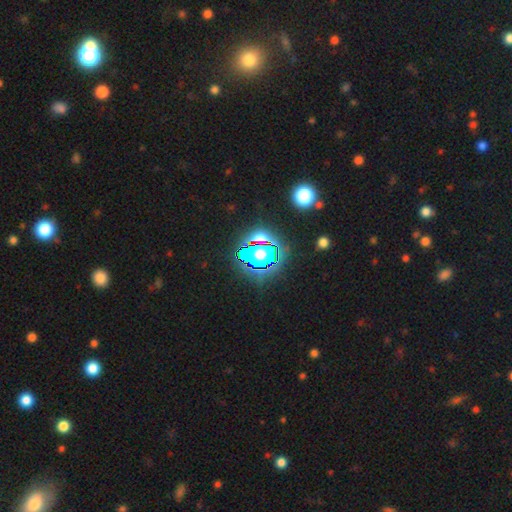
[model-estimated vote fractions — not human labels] A star or artifact, not a galaxy (61%).